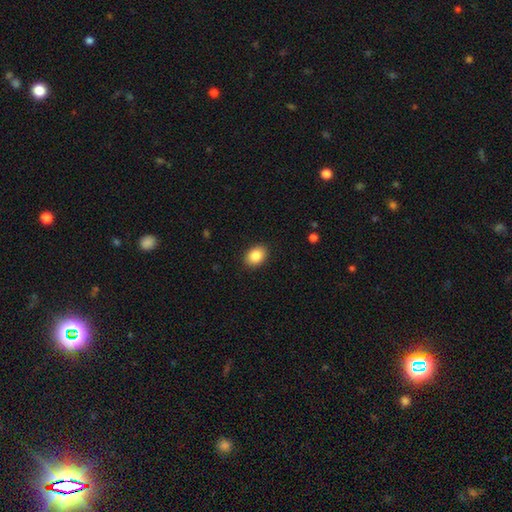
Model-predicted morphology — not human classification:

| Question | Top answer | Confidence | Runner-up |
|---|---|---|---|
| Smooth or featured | smooth | 86% | star or artifact (8%) |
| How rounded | in between | 72% | round (27%) |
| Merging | none | 89% | minor disturbance (8%) |